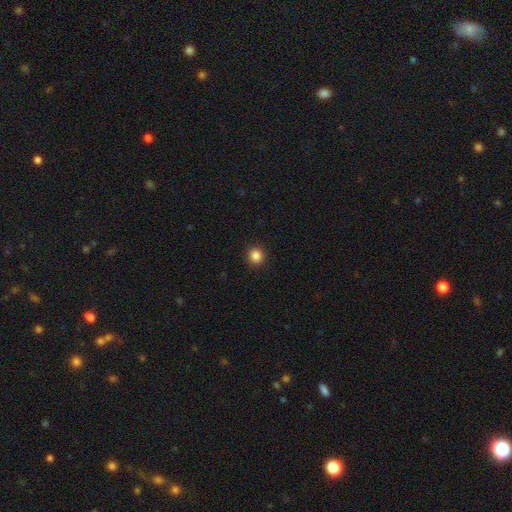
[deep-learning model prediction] A smooth galaxy with no disk features (86%) that is round (94%).

Vote fractions:
- Smooth or featured? smooth: 86% / star or artifact: 11% / featured or disk: 3%
- How rounded? round: 94% / in between: 5% / cigar-shaped: 1%
- Merging? none: 93% / minor disturbance: 4% / major disturbance: 2% / merger: 1%